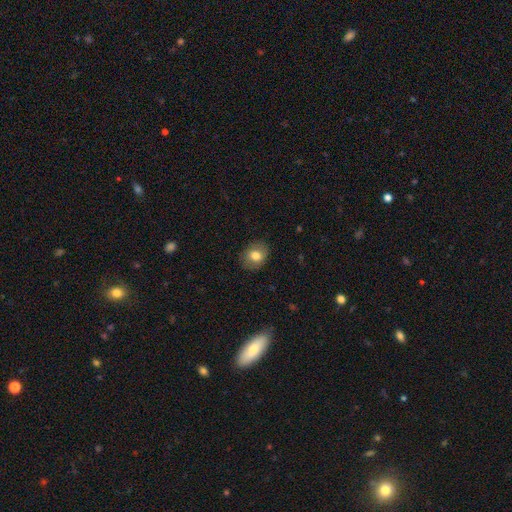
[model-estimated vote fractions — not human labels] Morphology: type=smooth (78%); roundness=round (54%); merging=none (86%).